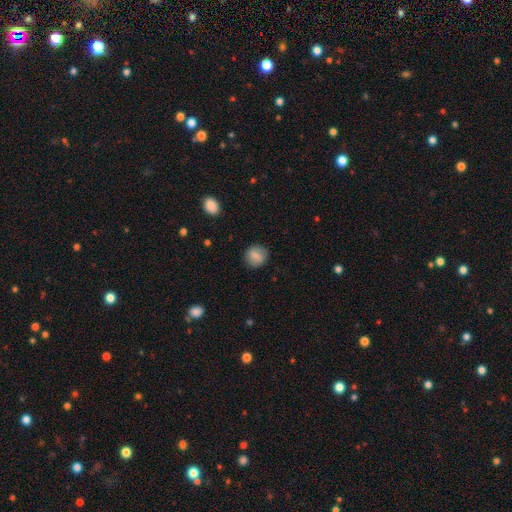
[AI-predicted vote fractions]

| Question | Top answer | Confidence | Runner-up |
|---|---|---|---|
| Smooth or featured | smooth | 76% | featured or disk (16%) |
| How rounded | round | 84% | in between (15%) |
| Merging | none | 86% | minor disturbance (10%) |